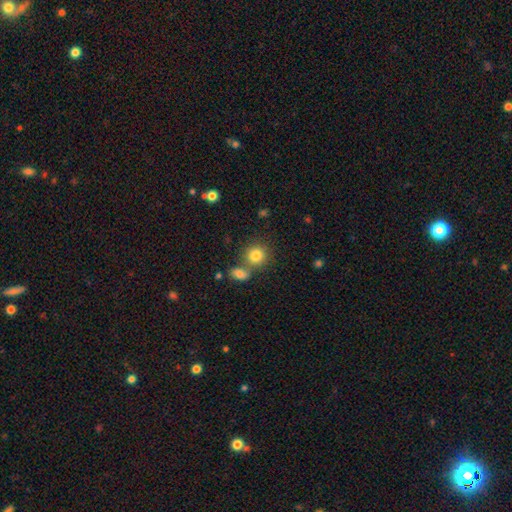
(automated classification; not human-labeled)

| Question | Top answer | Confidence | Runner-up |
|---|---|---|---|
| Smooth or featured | smooth | 82% | star or artifact (11%) |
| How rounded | round | 85% | in between (14%) |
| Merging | none | 62% | merger (26%) |